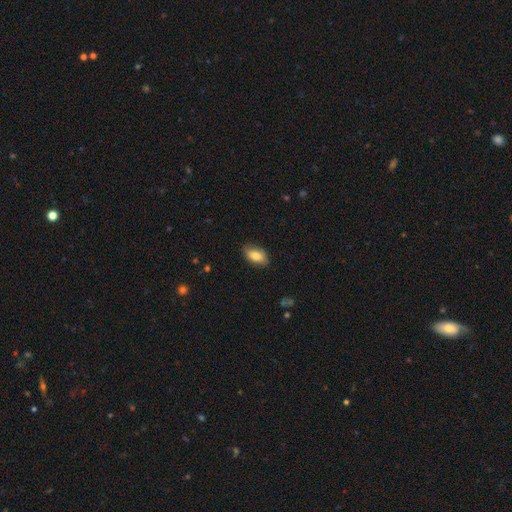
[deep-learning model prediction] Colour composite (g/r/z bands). It shows a smooth galaxy with no disk features (80%) that is in between round and cigar-shaped (92%). Merging: none (79%).